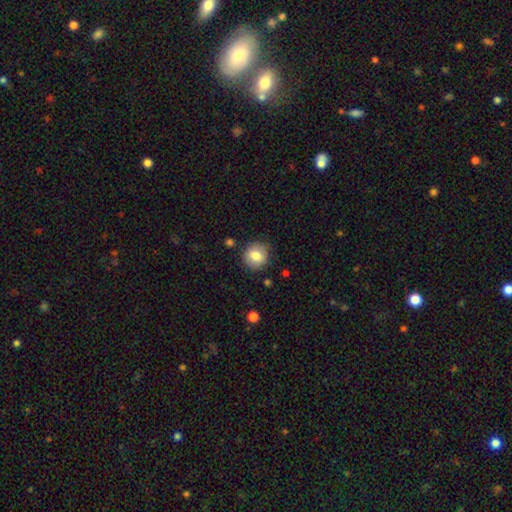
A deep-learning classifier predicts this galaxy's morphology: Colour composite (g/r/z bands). It shows a smooth galaxy with no disk features (79%) that is round (84%). Merging: none (84%).